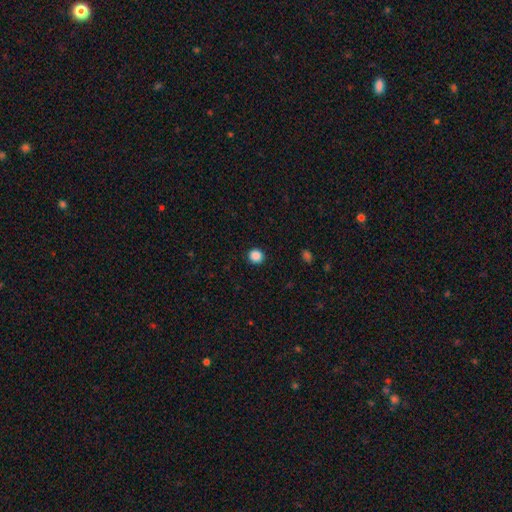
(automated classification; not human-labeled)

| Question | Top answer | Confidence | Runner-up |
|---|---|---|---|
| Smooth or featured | smooth | 87% | star or artifact (11%) |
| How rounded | round | 92% | in between (7%) |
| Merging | none | 92% | minor disturbance (5%) |